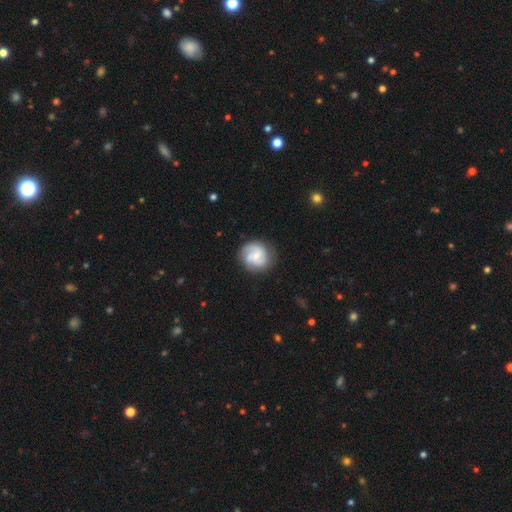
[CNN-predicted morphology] type=featured or disk (72%); edge-on=no (98%); bar=no (49%); spiral arms=yes (94%); winding=medium (45%); arm count=2 (62%); bulge=small (58%); merging=none (79%).